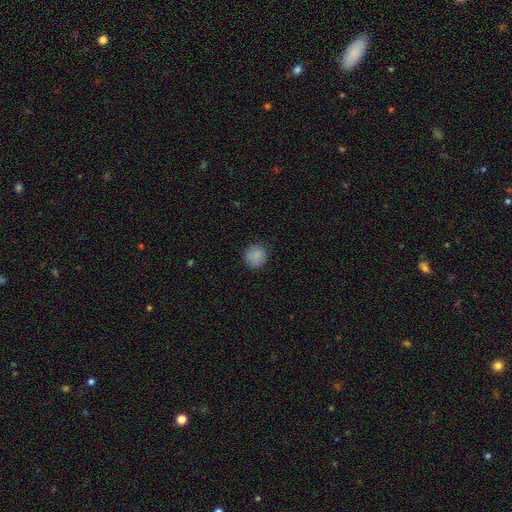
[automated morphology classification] The model was most divided on "merging": none: 87%, minor disturbance: 9%, major disturbance: 2%, merger: 1%. More confident: how rounded — round (92%); smooth or featured — smooth (87%).